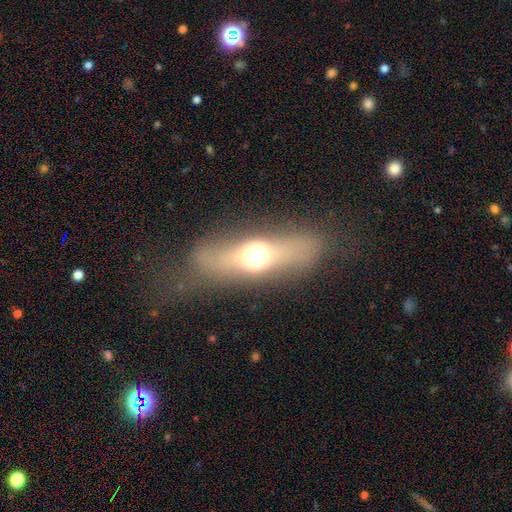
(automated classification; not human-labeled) A smooth galaxy with no disk features (46%). Merging: none (71%).